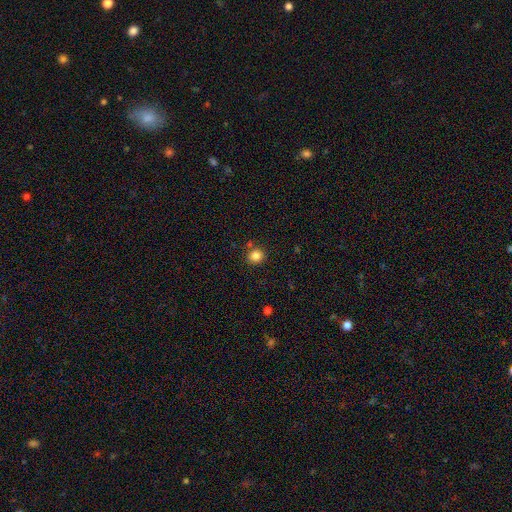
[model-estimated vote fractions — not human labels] smooth 84%, star or artifact 11%, featured or disk 4%. Down the decision tree: how rounded — round (84%); merging — none (80%).